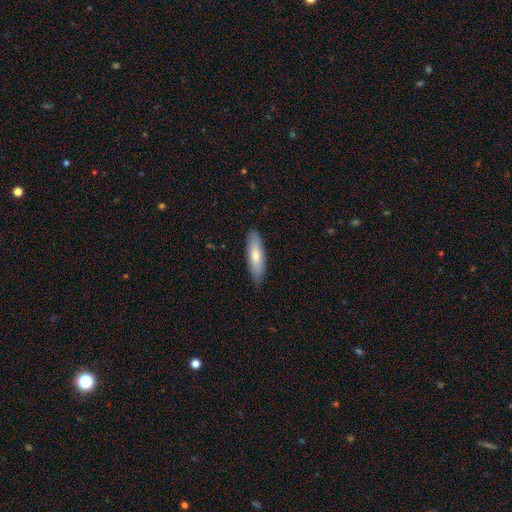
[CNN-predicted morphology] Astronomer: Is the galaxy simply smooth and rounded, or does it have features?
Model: smooth — 69%.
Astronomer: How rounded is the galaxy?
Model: cigar-shaped — 55% (runner-up: in between, 44%).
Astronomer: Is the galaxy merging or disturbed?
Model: none — 85%.